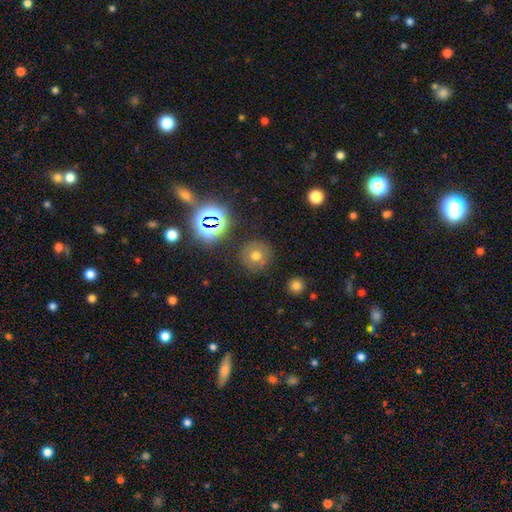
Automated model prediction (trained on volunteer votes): A smooth galaxy with no disk features (63%) that is round (93%). Merging: none (84%).